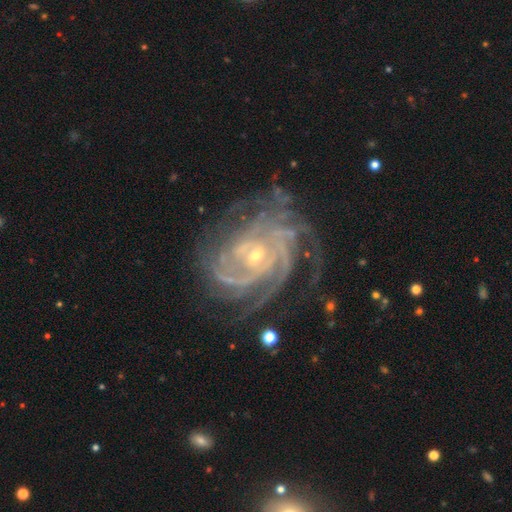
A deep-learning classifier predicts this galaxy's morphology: A featured or disk galaxy (91%) with no bar (60%), 4 (25%) tight (73%) spiral arms (98%) and a small central bulge (65%). Merging: none (67%).